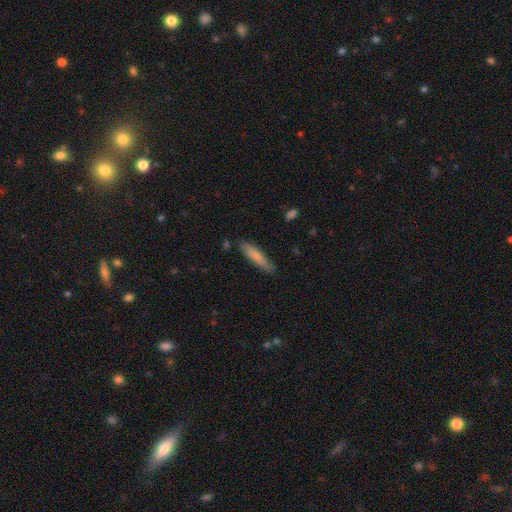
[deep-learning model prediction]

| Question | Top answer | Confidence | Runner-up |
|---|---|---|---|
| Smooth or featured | smooth | 78% | featured or disk (16%) |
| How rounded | cigar-shaped | 83% | in between (16%) |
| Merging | none | 82% | minor disturbance (13%) |